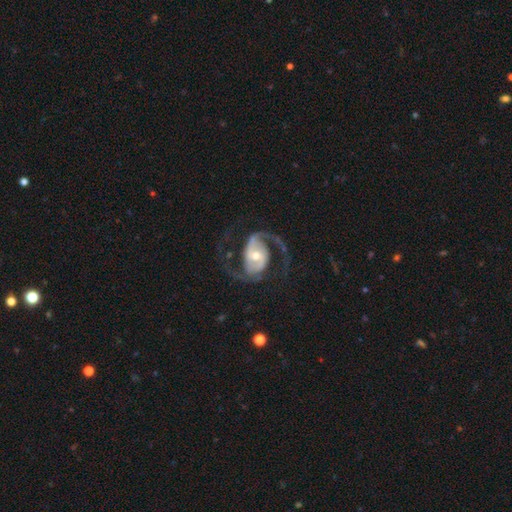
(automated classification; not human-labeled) Smooth or featured? Predicted: featured or disk (p=0.91). Edge-on disk? Predicted: no (p=0.98). Bar? Predicted: no (p=0.40). Spiral arms? Predicted: yes (p=0.97). Spiral winding? Predicted: medium (p=0.46). Spiral arm count? Predicted: 2 (p=0.92). Bulge size? Predicted: moderate (p=0.60). Merging? Predicted: none (p=0.69).